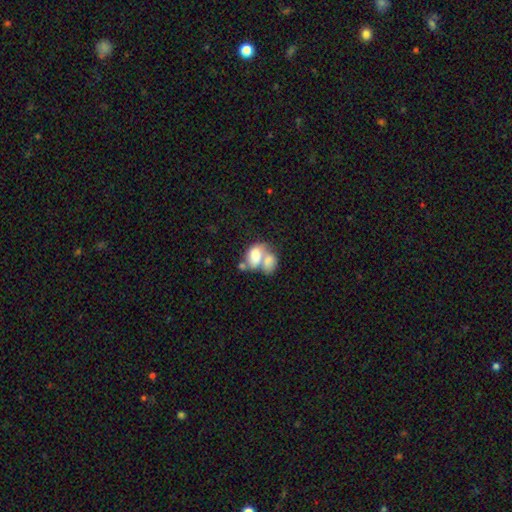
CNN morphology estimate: This appears to be a smooth galaxy with no disk features (71%) that is in between round and cigar-shaped (85%). Merging: merger (72%).